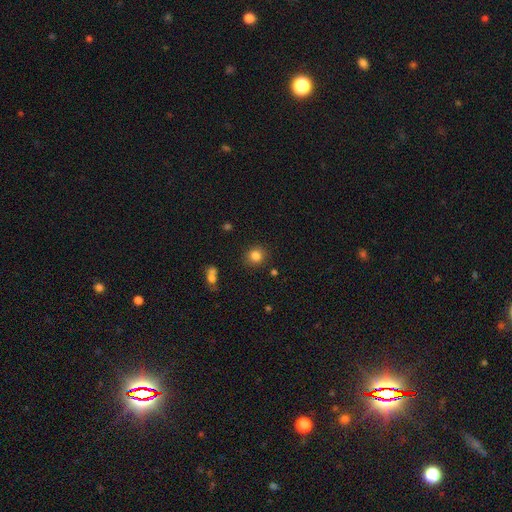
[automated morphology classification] Smooth or featured? smooth (83%)
How rounded? round (87%)
Merging? none (86%)